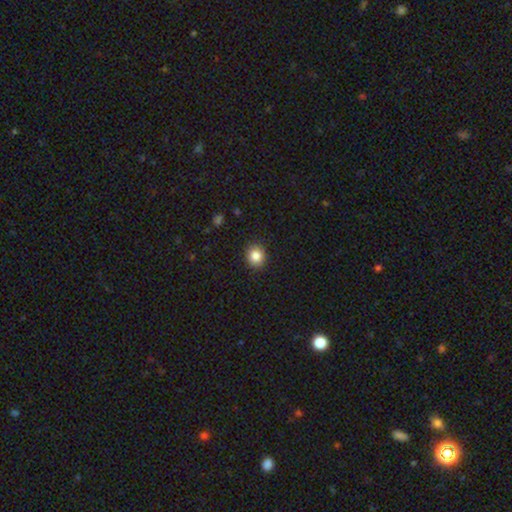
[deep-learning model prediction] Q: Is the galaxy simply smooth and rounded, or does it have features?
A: smooth — 85%.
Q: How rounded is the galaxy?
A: round — 80%.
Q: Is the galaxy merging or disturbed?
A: none — 91%.